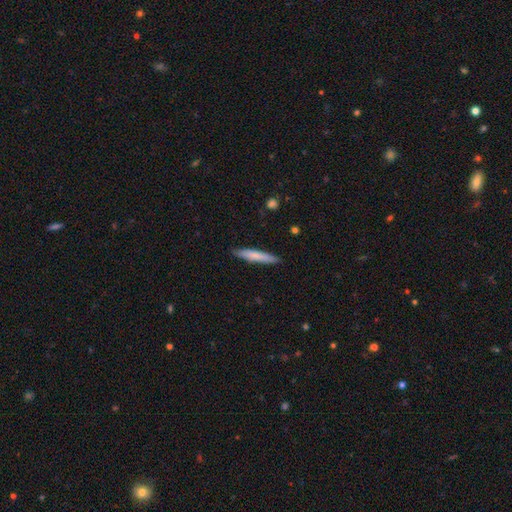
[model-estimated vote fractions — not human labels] Smooth or featured? Predicted: smooth (p=0.74). How rounded? Predicted: cigar-shaped (p=0.93). Merging? Predicted: none (p=0.89).